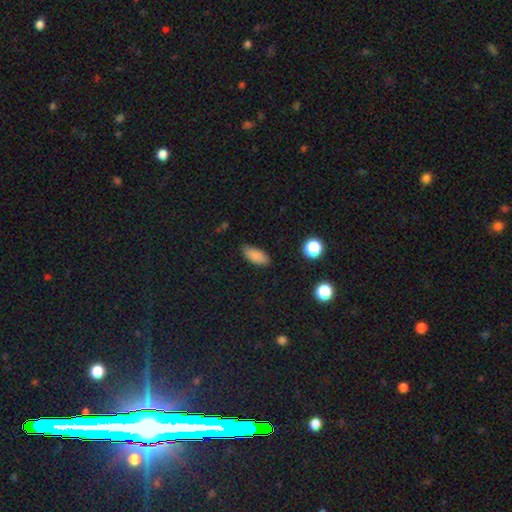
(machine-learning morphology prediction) A smooth galaxy with no disk features (85%) that is in between round and cigar-shaped (87%).

Vote fractions:
- Smooth or featured? smooth: 85% / star or artifact: 9% / featured or disk: 5%
- How rounded? in between: 87% / cigar-shaped: 10% / round: 3%
- Merging? none: 82% / minor disturbance: 14% / major disturbance: 3% / merger: 1%